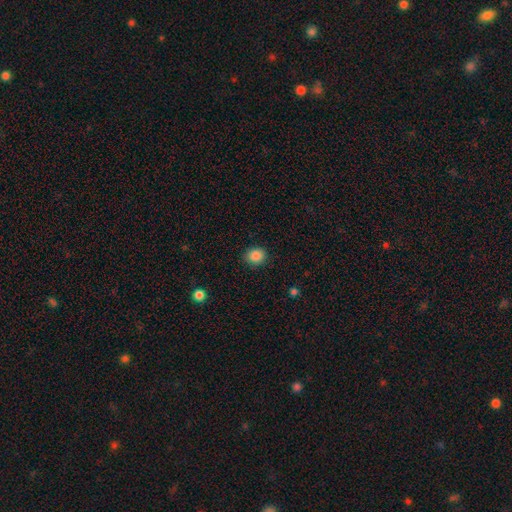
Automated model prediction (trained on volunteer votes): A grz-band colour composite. It shows a smooth galaxy with no disk features (87%) that is round (62%). Merging: none (88%).